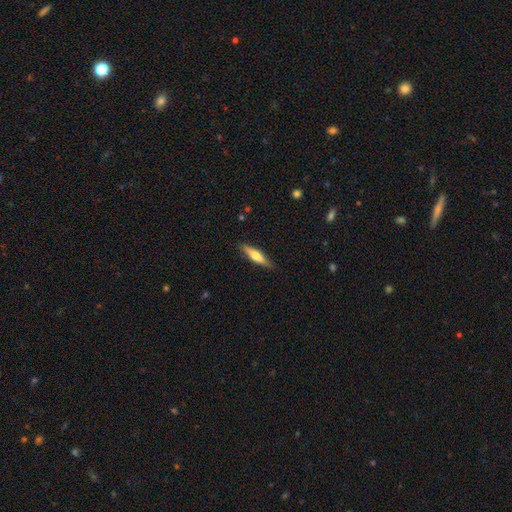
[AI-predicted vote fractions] A smooth galaxy with no disk features (55%) that is cigar-shaped (76%). Merging: none (85%).